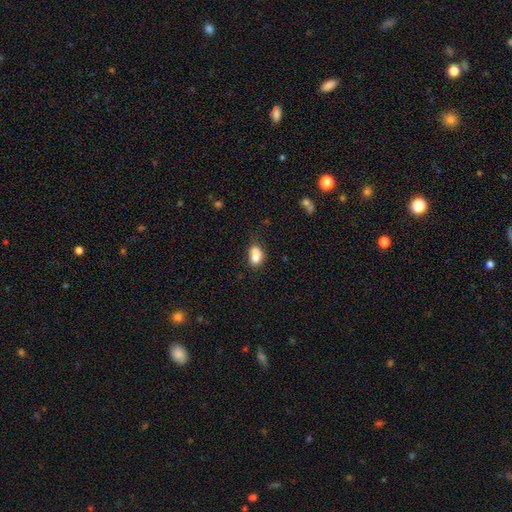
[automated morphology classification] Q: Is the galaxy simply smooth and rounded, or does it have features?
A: smooth — 76%.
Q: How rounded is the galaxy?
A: in between — 69%.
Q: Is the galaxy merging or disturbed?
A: merger — 37%.